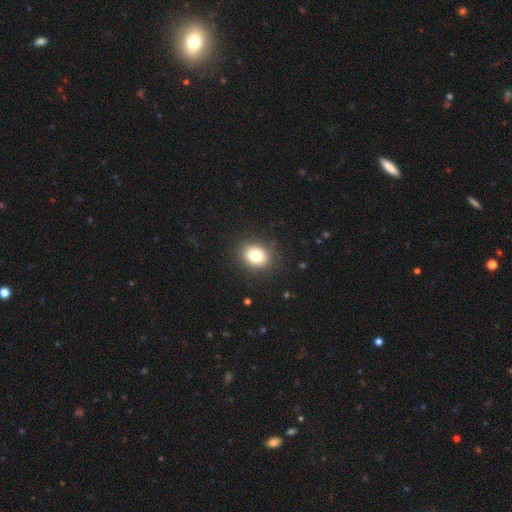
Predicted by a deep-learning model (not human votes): A smooth galaxy with no disk features (81%) that is round (50%, tied with in between). Merging: none (87%).